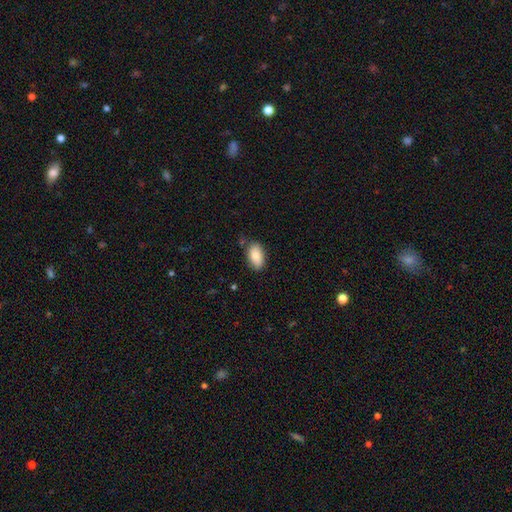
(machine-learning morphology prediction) smooth_or_featured: smooth (p=0.84) [alt: featured or disk p=0.09]
how_rounded: in between (p=0.93) [alt: round p=0.04]
merging: none (p=0.77) [alt: minor disturbance p=0.17]